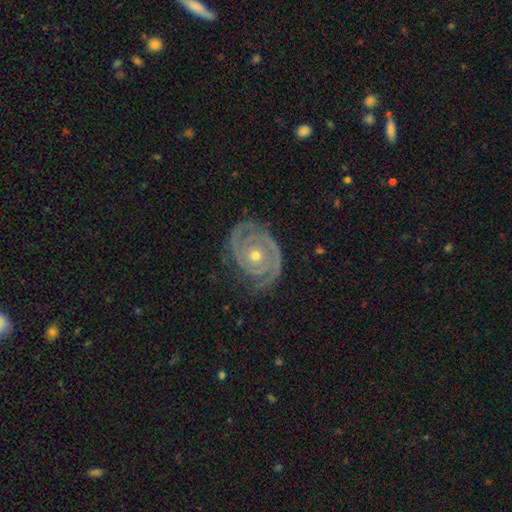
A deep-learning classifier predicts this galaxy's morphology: Smooth or featured? Predicted: featured or disk (p=0.92). Edge-on disk? Predicted: no (p=0.97). Bar? Predicted: no (p=0.80). Spiral arms? Predicted: yes (p=0.98). Spiral winding? Predicted: tight (p=0.76). Spiral arm count? Predicted: 2 (p=0.76). Bulge size? Predicted: moderate (p=0.51). Merging? Predicted: none (p=0.78).